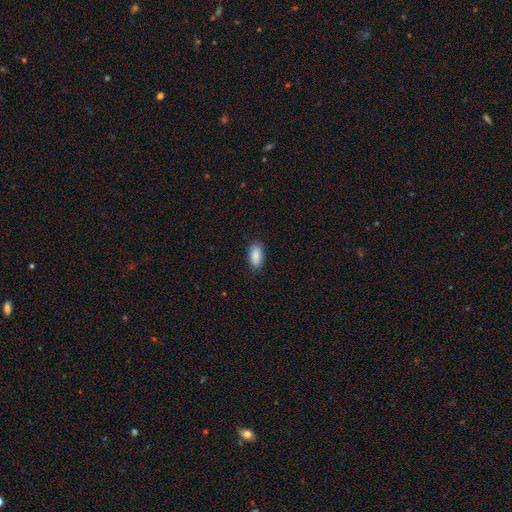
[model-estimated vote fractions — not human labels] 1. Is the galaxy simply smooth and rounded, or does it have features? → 89% smooth, 6% star or artifact, 4% featured or disk.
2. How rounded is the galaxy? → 92% in between, 5% cigar-shaped, 3% round.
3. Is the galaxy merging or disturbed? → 86% none, 10% minor disturbance, 2% major disturbance, 1% merger.